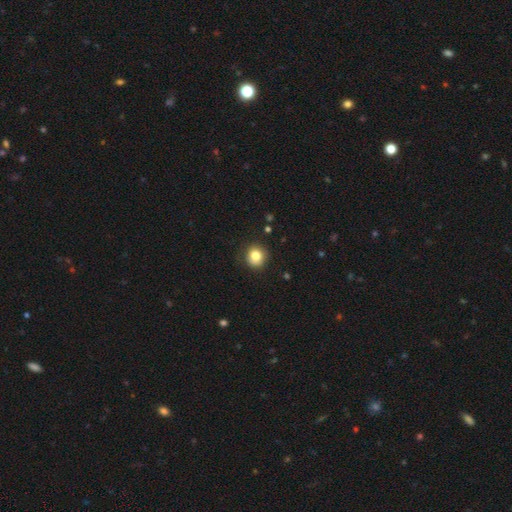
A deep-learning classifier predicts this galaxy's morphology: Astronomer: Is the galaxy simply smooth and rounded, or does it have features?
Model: smooth — 81%.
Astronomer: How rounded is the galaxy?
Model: round — 87%.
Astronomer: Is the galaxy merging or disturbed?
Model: none — 84%.